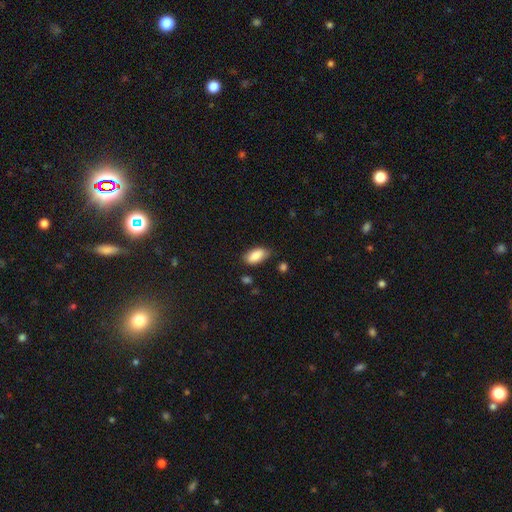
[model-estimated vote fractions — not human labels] Overall: smooth (87%). How rounded: in between (92%). Merging: none (72%).